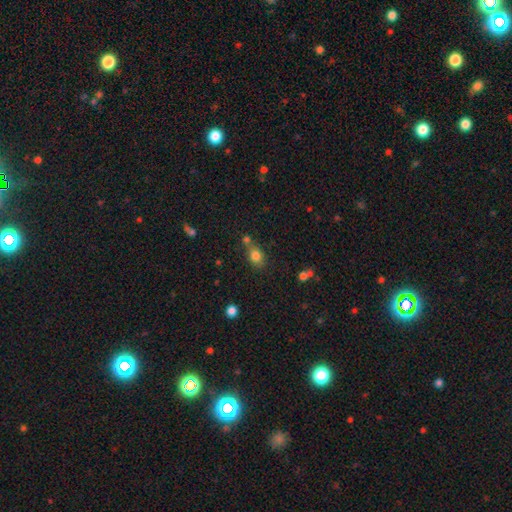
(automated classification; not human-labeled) Smooth or featured? smooth (80%)
How rounded? in between (57%)
Merging? none (57%)